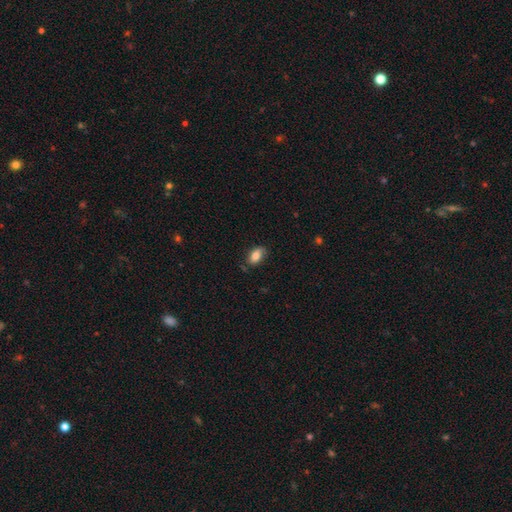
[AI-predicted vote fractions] A smooth galaxy with no disk features (81%) that is in between round and cigar-shaped (90%). Merging: none (74%).